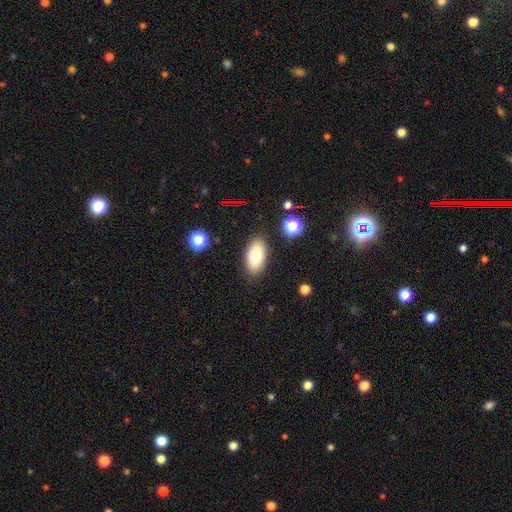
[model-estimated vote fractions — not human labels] smooth-or-featured: smooth: 76% | featured or disk: 15% | star or artifact: 9%
  how-rounded: in between: 90% | cigar-shaped: 5% | round: 5%
  merging: none: 86% | minor disturbance: 9% | major disturbance: 3% | merger: 2%